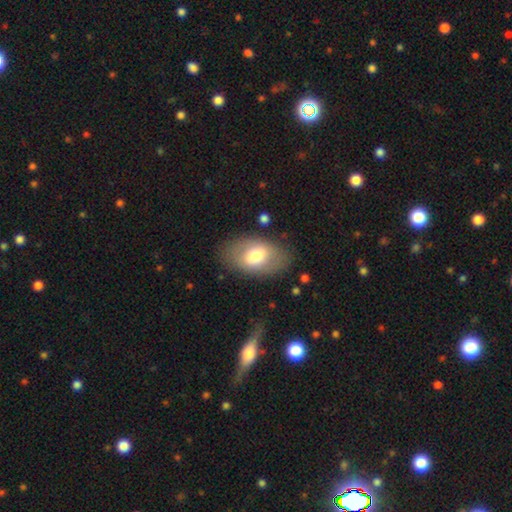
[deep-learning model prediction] Q: Smooth or featured?
A: smooth (67%); runner-up: featured or disk (26%)
Q: How rounded?
A: in between (90%); runner-up: round (8%)
Q: Merging?
A: none (80%); runner-up: minor disturbance (13%)